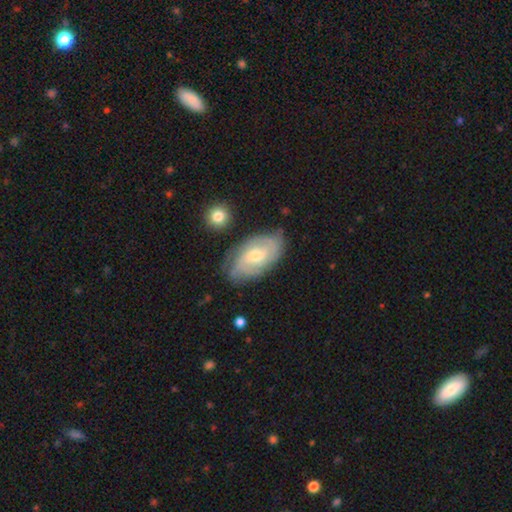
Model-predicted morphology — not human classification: A featured or disk galaxy (76%) with no bar (47%), tight (58%) spiral arms (93%) and a moderate central bulge (49%). Merging: none (74%).